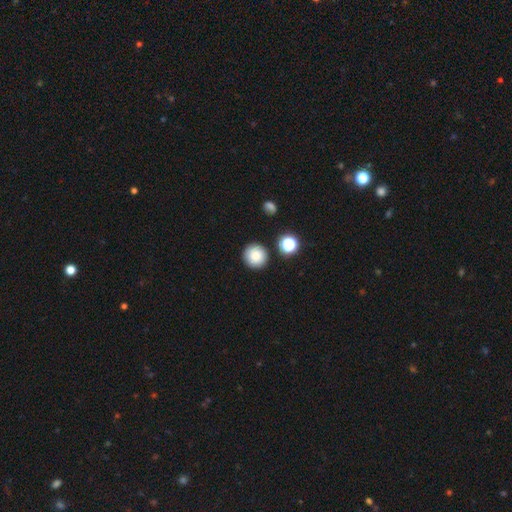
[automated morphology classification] A smooth galaxy with no disk features (84%) that is round (94%). Merging: none (88%).